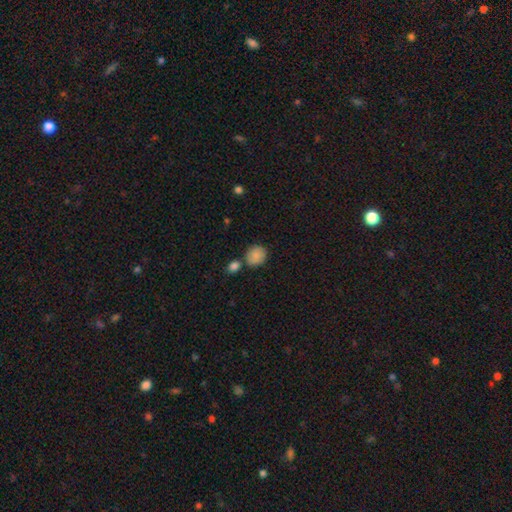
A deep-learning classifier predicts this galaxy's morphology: A smooth galaxy with no disk features (85%) that is round (80%).

Vote fractions:
- Smooth or featured? smooth: 85% / star or artifact: 8% / featured or disk: 7%
- How rounded? round: 80% / in between: 19% / cigar-shaped: 1%
- Merging? none: 67% / merger: 18% / minor disturbance: 12% / major disturbance: 3%